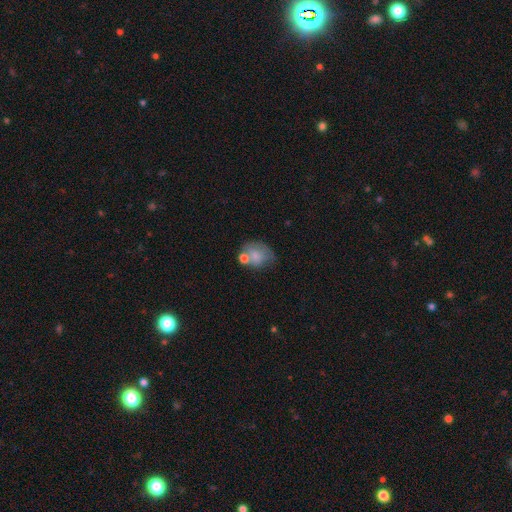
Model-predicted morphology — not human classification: smooth 70%, featured or disk 21%, star or artifact 9%. Down the decision tree: how rounded — in between (50%); merging — none (39%).